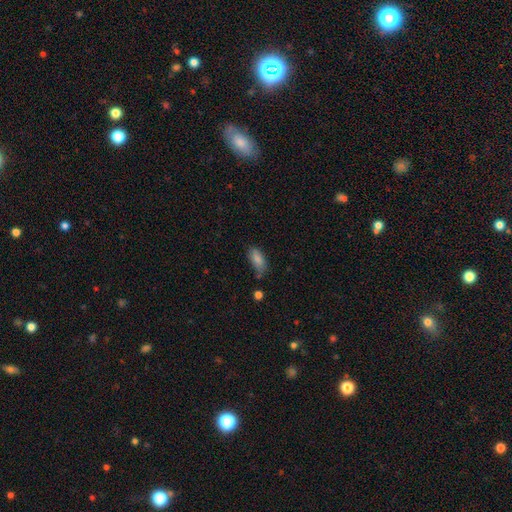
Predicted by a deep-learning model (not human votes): A smooth galaxy with no disk features (71%) that is in between round and cigar-shaped (81%). Merging: none (66%).